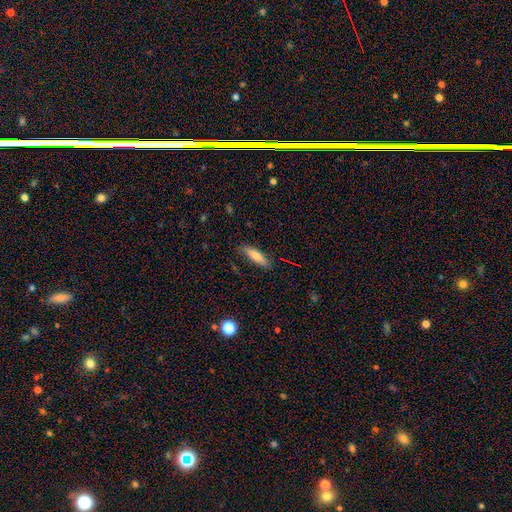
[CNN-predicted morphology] Q: Smooth or featured?
A: smooth (75%); runner-up: featured or disk (18%)
Q: How rounded?
A: cigar-shaped (57%); runner-up: in between (41%)
Q: Merging?
A: none (82%); runner-up: minor disturbance (14%)